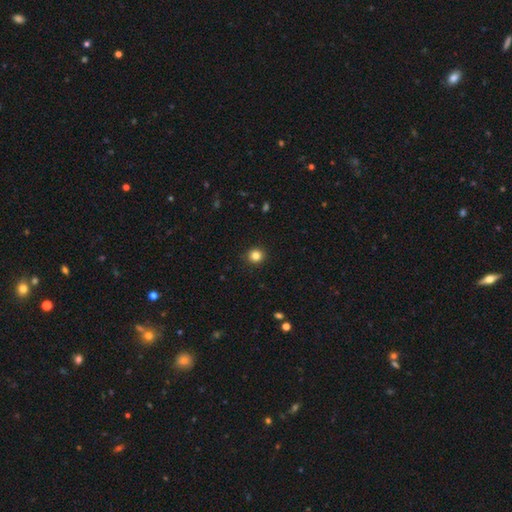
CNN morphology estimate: A smooth galaxy with no disk features (83%) that is round (94%).

Vote fractions:
- Smooth or featured? smooth: 83% / star or artifact: 12% / featured or disk: 5%
- How rounded? round: 94% / in between: 5% / cigar-shaped: 1%
- Merging? none: 93% / minor disturbance: 5% / major disturbance: 2% / merger: 1%